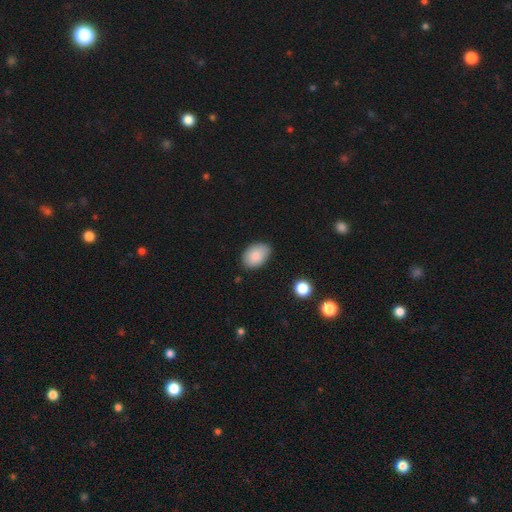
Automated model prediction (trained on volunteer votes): Morphology: type=smooth (87%); roundness=in between (87%); merging=none (78%).